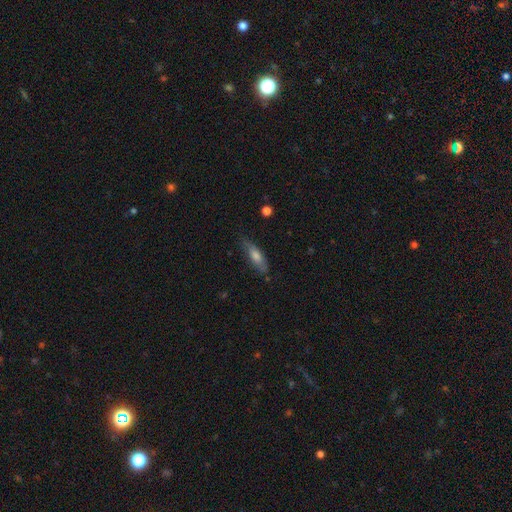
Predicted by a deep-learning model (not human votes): Smooth or featured? smooth (58%)
How rounded? cigar-shaped (50%)
Merging? none (73%)